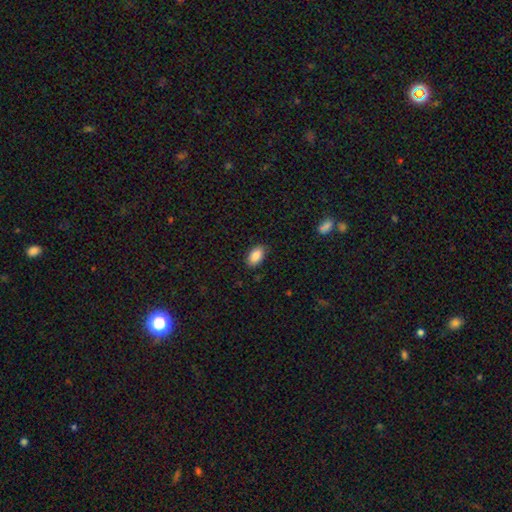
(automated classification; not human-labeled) Q: Smooth or featured?
A: smooth (88%); runner-up: star or artifact (7%)
Q: How rounded?
A: in between (93%); runner-up: round (5%)
Q: Merging?
A: none (85%); runner-up: minor disturbance (12%)